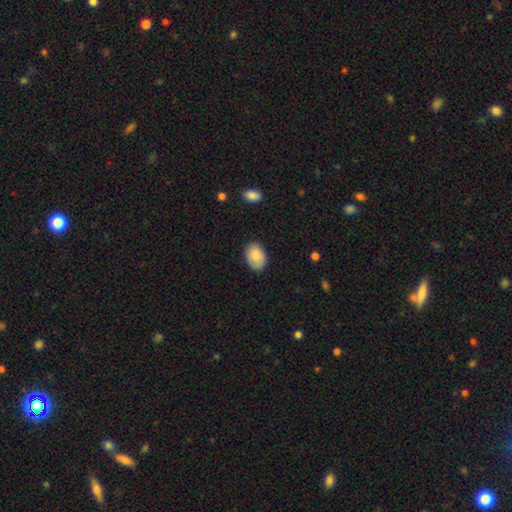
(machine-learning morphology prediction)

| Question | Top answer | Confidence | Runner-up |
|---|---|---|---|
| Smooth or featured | smooth | 86% | featured or disk (8%) |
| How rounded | in between | 86% | round (13%) |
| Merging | none | 84% | minor disturbance (12%) |